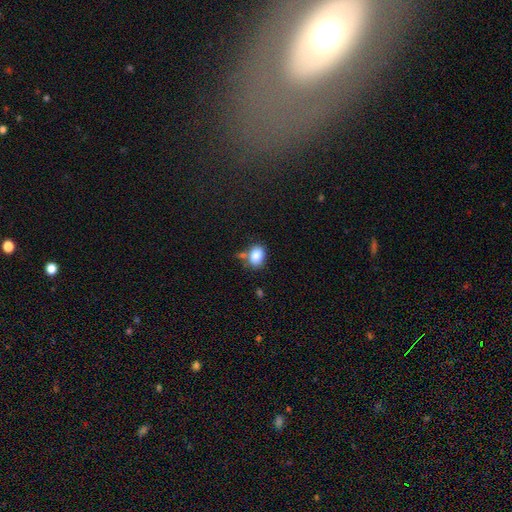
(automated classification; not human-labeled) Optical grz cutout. It shows a smooth galaxy with no disk features (84%) that is in between round and cigar-shaped (69%). Merging: none (60%).